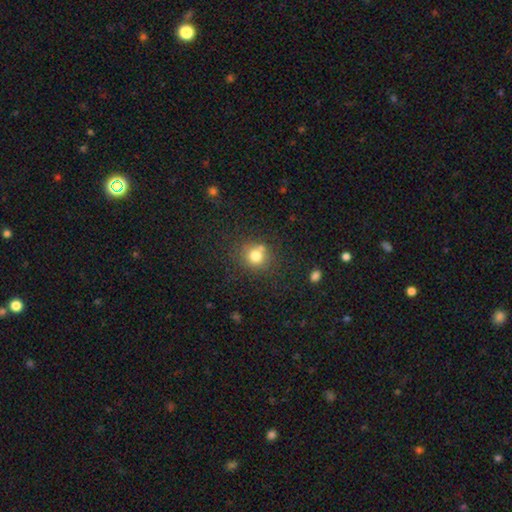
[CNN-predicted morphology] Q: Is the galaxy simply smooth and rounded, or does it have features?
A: smooth — 77%.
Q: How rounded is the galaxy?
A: round — 85%.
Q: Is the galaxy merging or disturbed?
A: none — 69%.